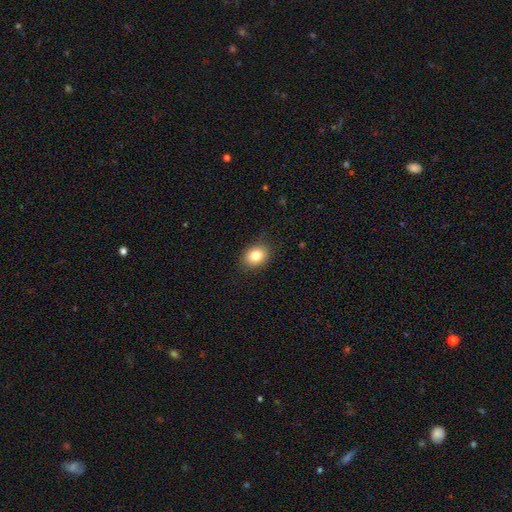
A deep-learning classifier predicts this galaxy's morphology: Overall: smooth (82%). How rounded: in between (54%; round 45%). Merging: none (84%).